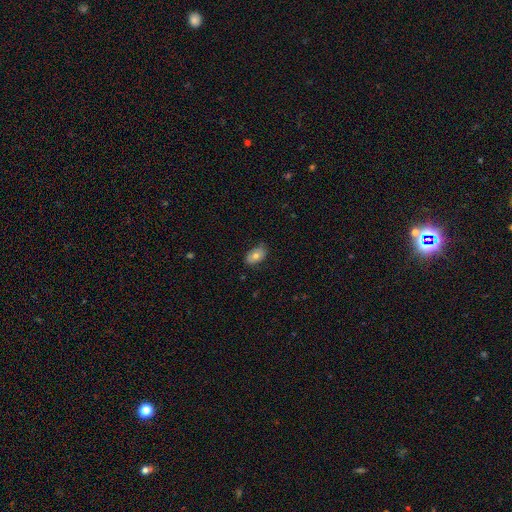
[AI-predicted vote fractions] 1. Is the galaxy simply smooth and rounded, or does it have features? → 73% smooth, 20% featured or disk, 8% star or artifact.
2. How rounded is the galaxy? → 91% in between, 7% round, 2% cigar-shaped.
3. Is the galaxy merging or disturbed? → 77% none, 19% minor disturbance, 3% major disturbance, 1% merger.